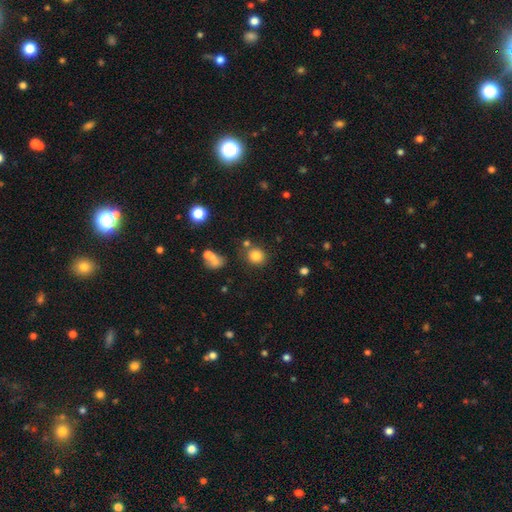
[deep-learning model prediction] Morphology: type=smooth (81%); roundness=round (82%); merging=none (74%).